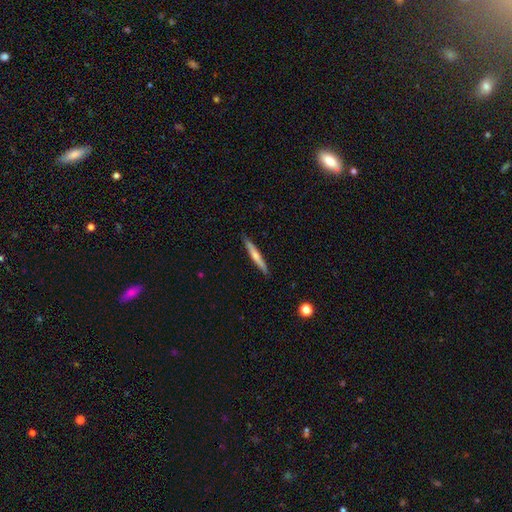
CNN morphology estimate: smooth 49%, featured or disk 45%, star or artifact 5%. Down the decision tree: merging — none (90%).